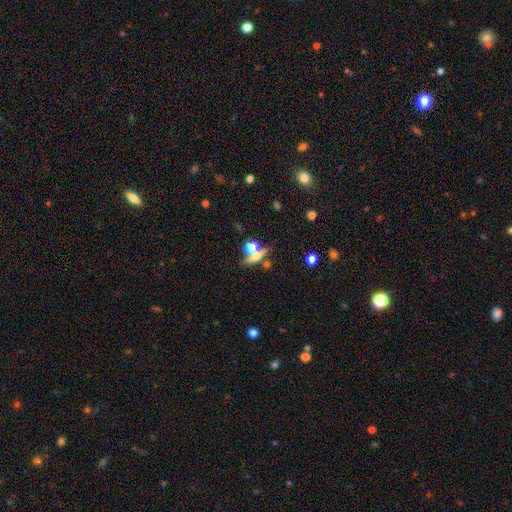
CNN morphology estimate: A smooth galaxy with no disk features (45%).

Vote fractions:
- Smooth or featured? smooth: 45% / featured or disk: 42% / star or artifact: 13%
- Merging? none: 57% / merger: 28% / minor disturbance: 10% / major disturbance: 5%